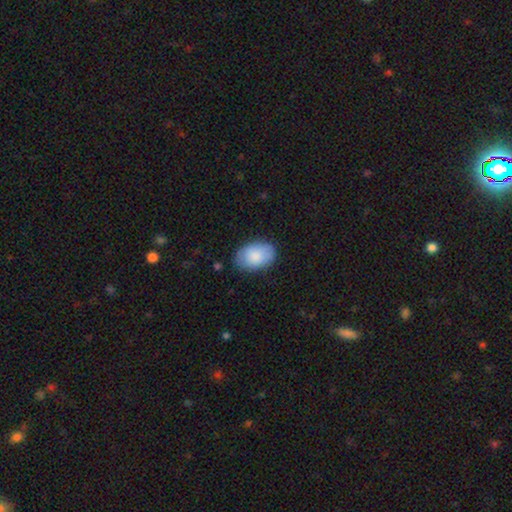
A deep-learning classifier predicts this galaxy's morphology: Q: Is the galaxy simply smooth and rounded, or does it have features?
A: smooth — 86%.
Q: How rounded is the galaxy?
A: in between — 88%.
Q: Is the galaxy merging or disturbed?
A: none — 81%.